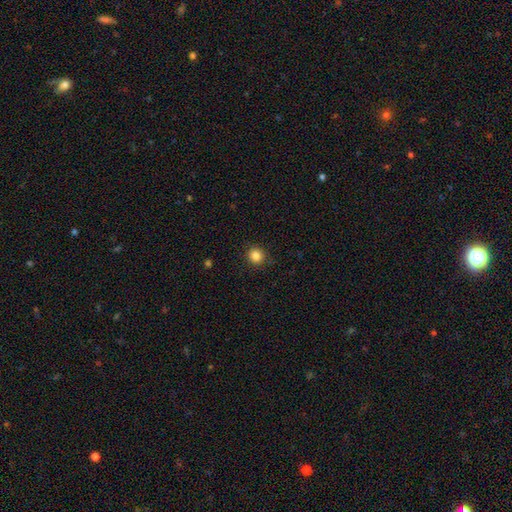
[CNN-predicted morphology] Q: Smooth or featured?
A: smooth (85%); runner-up: star or artifact (11%)
Q: How rounded?
A: round (90%); runner-up: in between (9%)
Q: Merging?
A: none (90%); runner-up: minor disturbance (7%)